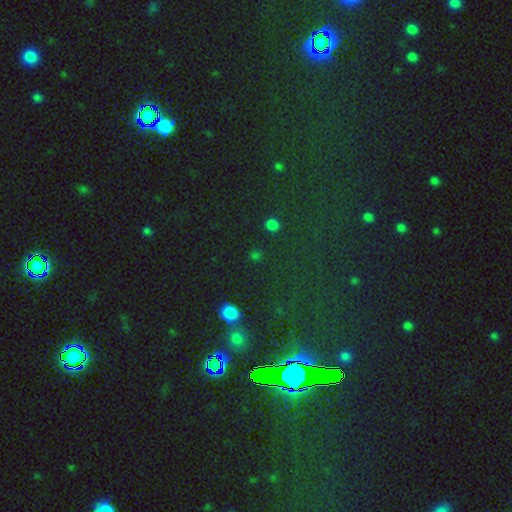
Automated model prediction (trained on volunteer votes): This is likely a smooth galaxy (61%). How rounded: clearly round (87%). Merging: clearly none (84%).